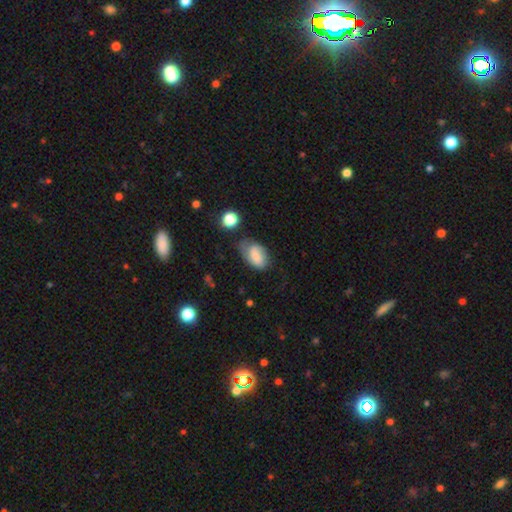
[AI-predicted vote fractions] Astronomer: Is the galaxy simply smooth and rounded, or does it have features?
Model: smooth — 68%.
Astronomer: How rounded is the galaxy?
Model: in between — 90%.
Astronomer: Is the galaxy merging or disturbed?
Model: none — 45% (runner-up: minor disturbance, 35%).